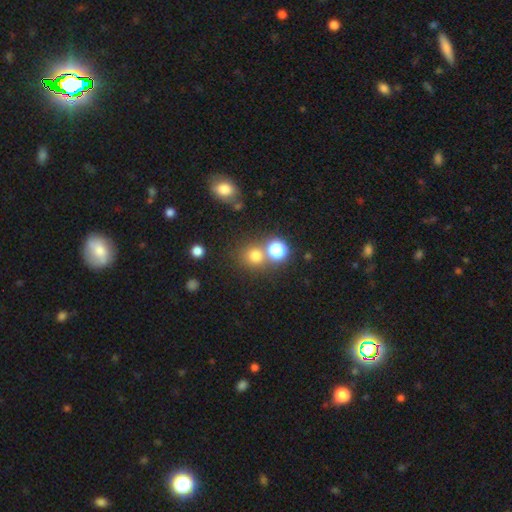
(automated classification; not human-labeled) This is likely a smooth galaxy (72%). How rounded: clearly round (88%). Merging: likely none (68%).